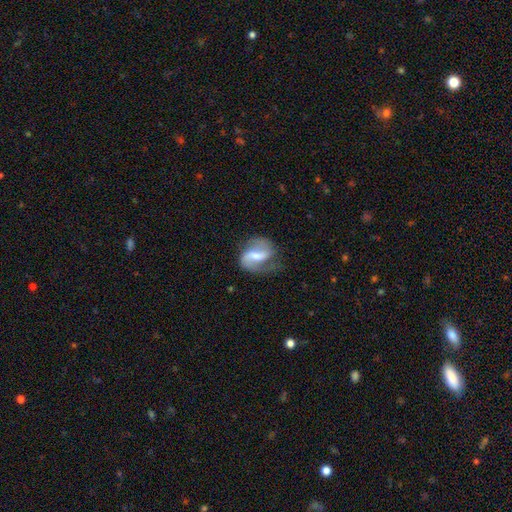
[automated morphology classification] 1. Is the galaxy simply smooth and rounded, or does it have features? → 73% featured or disk, 20% smooth, 7% star or artifact.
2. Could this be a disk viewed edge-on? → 97% no, 3% yes.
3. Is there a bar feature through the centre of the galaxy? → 44% weak, 40% strong, 15% no.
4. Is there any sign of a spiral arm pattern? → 90% yes, 10% no.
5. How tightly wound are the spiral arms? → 45% loose, 41% medium, 14% tight.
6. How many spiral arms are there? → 78% 2, 13% 1, 6% can't tell, 1% 3, 1% 4, 1% more than 4.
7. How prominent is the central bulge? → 44% moderate, 39% small, 8% none, 7% large, 1% dominant.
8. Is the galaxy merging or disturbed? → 56% none, 25% minor disturbance, 17% major disturbance, 2% merger.